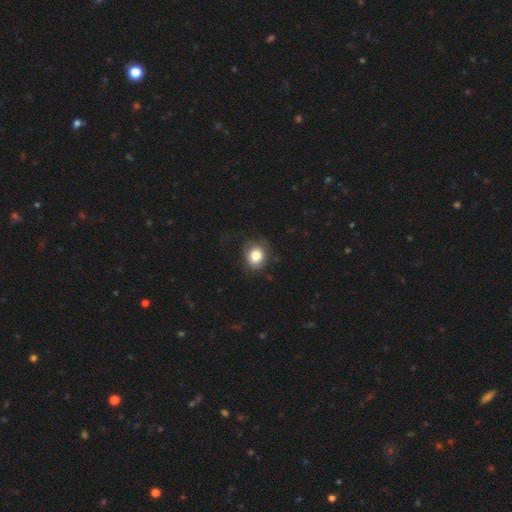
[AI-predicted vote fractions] Smooth or featured? smooth (83%)
How rounded? round (72%)
Merging? none (72%)